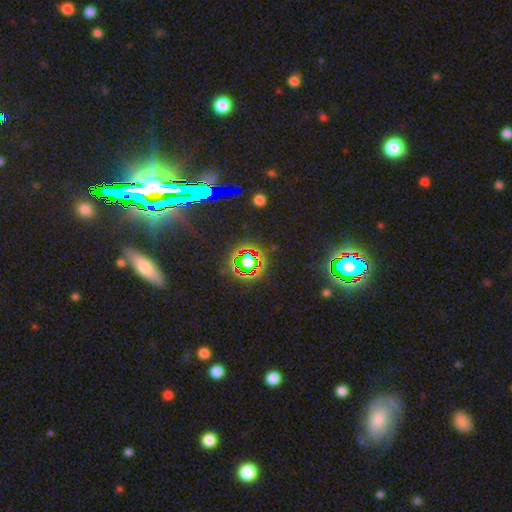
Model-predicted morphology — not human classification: This appears to be a star or artifact, not a galaxy (76%).